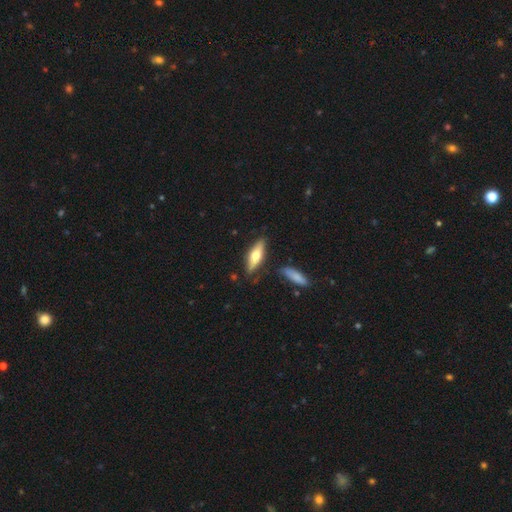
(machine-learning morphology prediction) smooth-or-featured: smooth: 54% | featured or disk: 40% | star or artifact: 6%
  how-rounded: cigar-shaped: 50% | in between: 48% | round: 2%
  merging: none: 79% | minor disturbance: 13% | merger: 5% | major disturbance: 3%